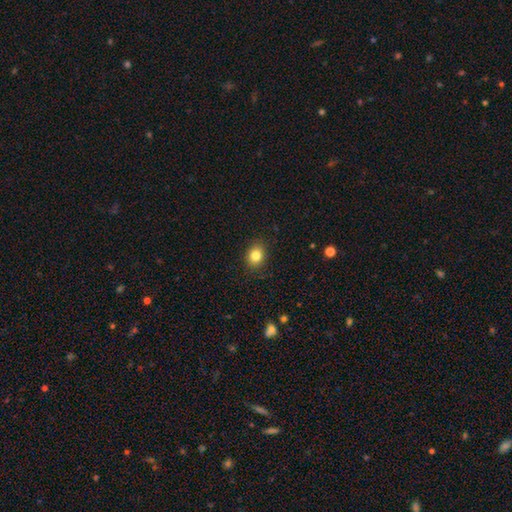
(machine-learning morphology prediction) This is clearly a smooth galaxy (83%). How rounded: possibly round (51%). Merging: clearly none (88%).